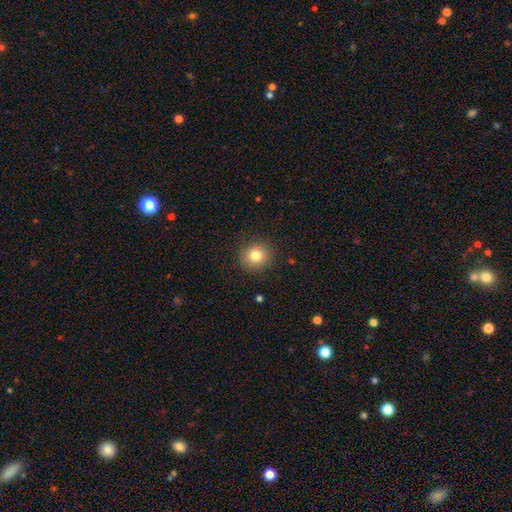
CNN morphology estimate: type=smooth (80%); roundness=round (87%); merging=none (89%).